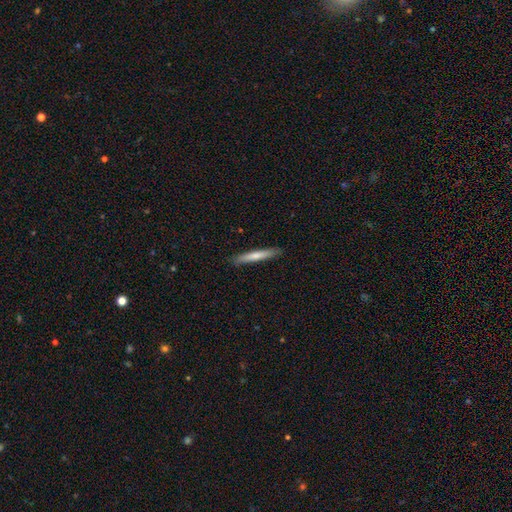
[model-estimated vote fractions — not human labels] A smooth galaxy with no disk features (67%) that is cigar-shaped (94%). Merging: none (88%).